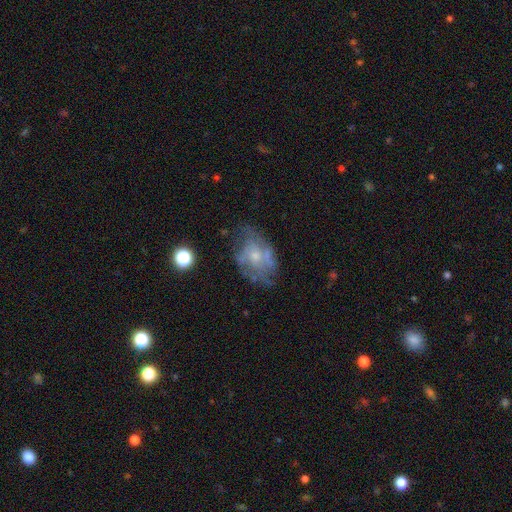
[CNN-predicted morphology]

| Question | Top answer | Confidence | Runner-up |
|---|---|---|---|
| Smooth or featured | featured or disk | 63% | smooth (26%) |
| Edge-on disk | no | 96% | yes (4%) |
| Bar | no | 80% | weak (18%) |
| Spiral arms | yes | 57% | no (43%) |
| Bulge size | small | 53% | moderate (37%) |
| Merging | none | 53% | minor disturbance (25%) |